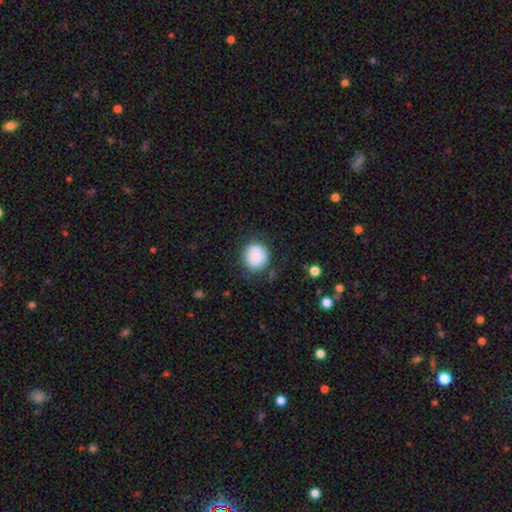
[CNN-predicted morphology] Overall: smooth (87%). How rounded: round (86%). Merging: none (76%).